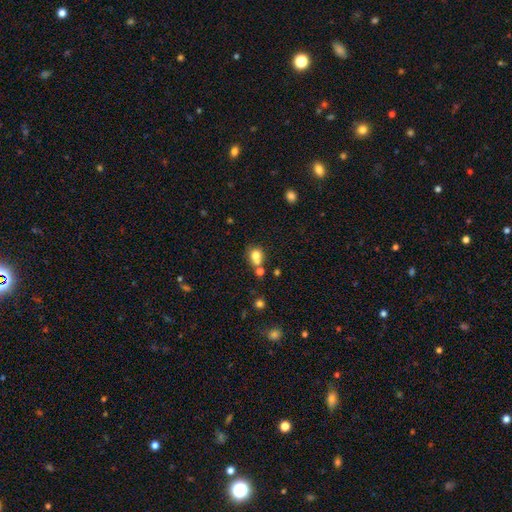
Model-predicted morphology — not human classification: Smooth or featured? smooth (75%)
How rounded? round (64%)
Merging? none (43%)